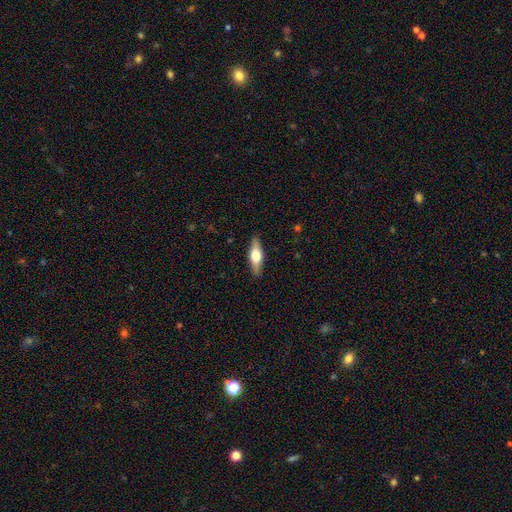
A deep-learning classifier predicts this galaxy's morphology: type=featured or disk (48%); merging=none (89%).